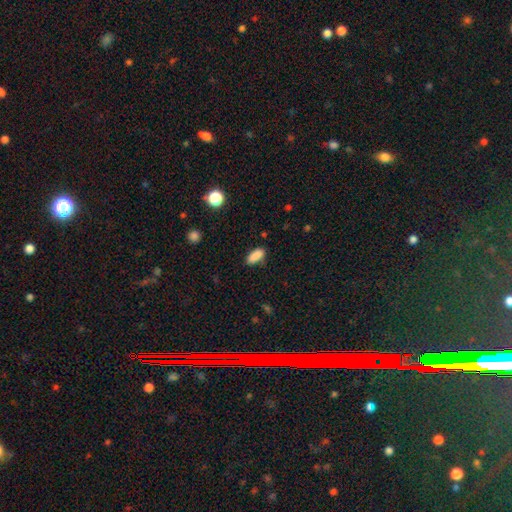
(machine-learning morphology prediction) The model was most divided on "how rounded": in between: 80%, cigar-shaped: 17%, round: 3%. More confident: smooth or featured — smooth (88%); merging — none (81%).